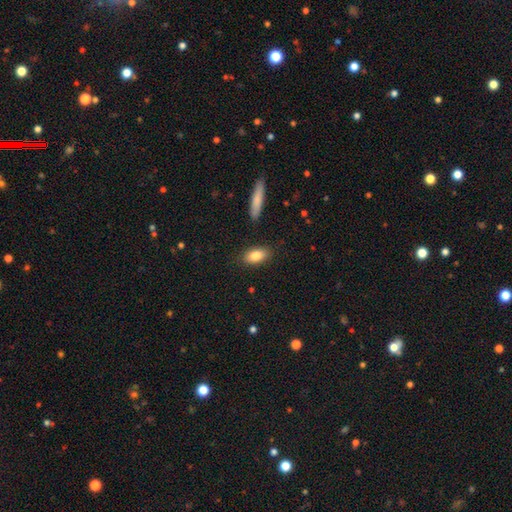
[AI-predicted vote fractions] Overall: smooth (84%). How rounded: in between (88%). Merging: none (85%).